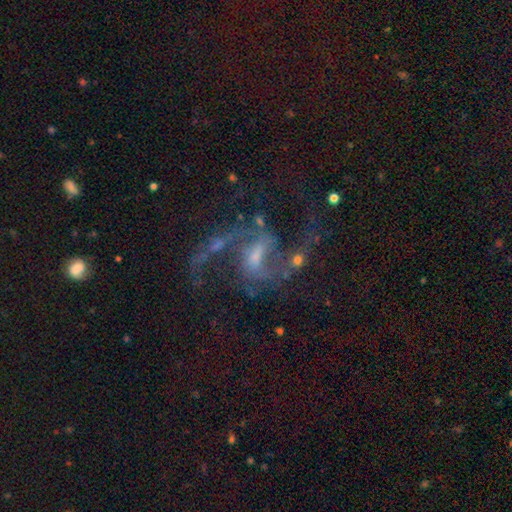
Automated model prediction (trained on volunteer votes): Smooth or featured? Predicted: featured or disk (p=0.86). Edge-on disk? Predicted: no (p=0.98). Bar? Predicted: weak (p=0.53). Spiral arms? Predicted: yes (p=0.94). Spiral winding? Predicted: loose (p=0.53). Spiral arm count? Predicted: 2 (p=0.81). Bulge size? Predicted: small (p=0.47). Merging? Predicted: none (p=0.54).